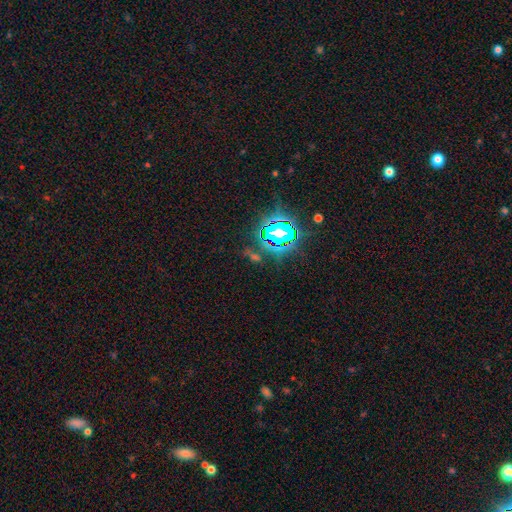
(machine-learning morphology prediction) Smooth or featured?
  - star or artifact: 74% *
  - smooth: 16%
  - featured or disk: 10%